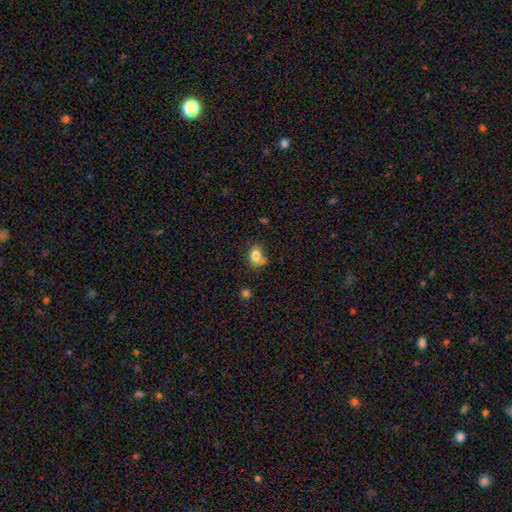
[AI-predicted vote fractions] smooth 80%, star or artifact 11%, featured or disk 9%. Down the decision tree: how rounded — in between (62%); merging — none (49%).